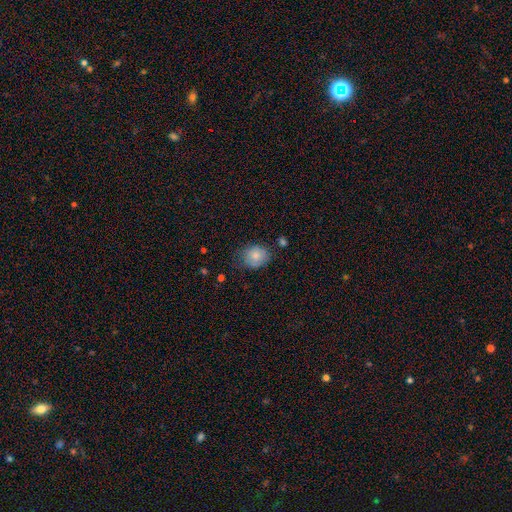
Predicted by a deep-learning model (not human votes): Smooth or featured?
  - smooth: 79% *
  - featured or disk: 13%
  - star or artifact: 8%
How rounded?
  - round: 62% *
  - in between: 37%
  - cigar-shaped: 1%
Merging?
  - none: 64% *
  - minor disturbance: 26%
  - major disturbance: 7%
  - merger: 3%